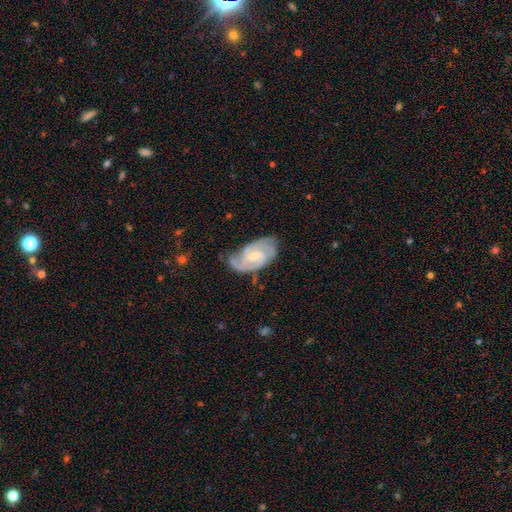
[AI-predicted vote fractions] A featured or disk galaxy (86%) with a weak bar (48%), 2 (64%) tight (51%) spiral arms (97%) and a small central bulge (58%). Merging: none (68%).